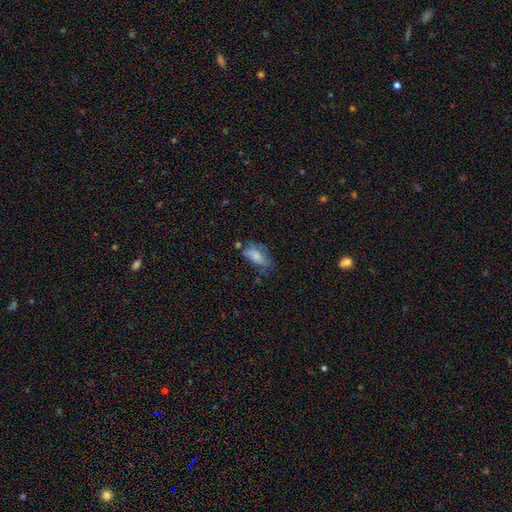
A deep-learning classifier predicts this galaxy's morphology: Smooth or featured? smooth (71%)
How rounded? in between (88%)
Merging? none (45%)